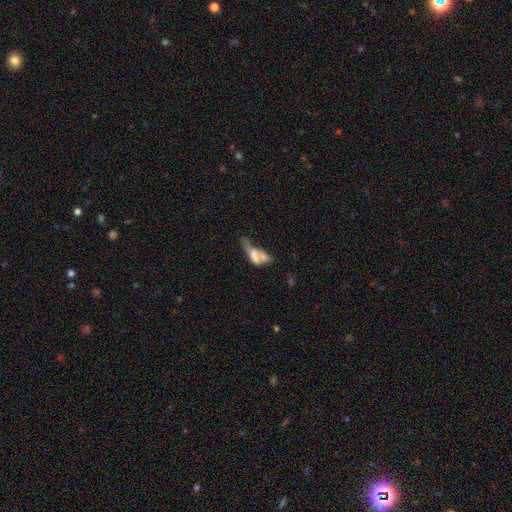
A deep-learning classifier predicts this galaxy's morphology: Smooth or featured? smooth (54%)
How rounded? in between (69%)
Merging? merger (52%)